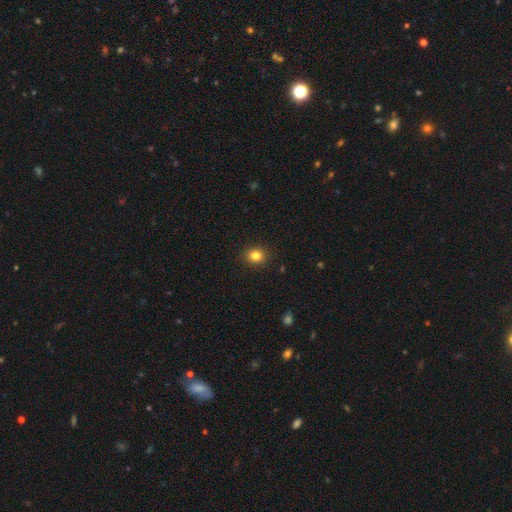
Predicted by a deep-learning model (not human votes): The model was most divided on "how rounded": round: 73%, in between: 26%, cigar-shaped: 1%. More confident: merging — none (91%); smooth or featured — smooth (83%).